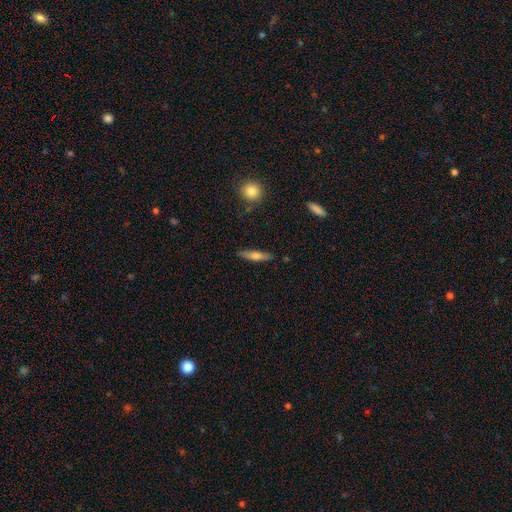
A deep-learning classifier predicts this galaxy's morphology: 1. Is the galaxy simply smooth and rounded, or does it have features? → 56% smooth, 38% featured or disk, 6% star or artifact.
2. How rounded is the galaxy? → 81% cigar-shaped, 16% in between, 2% round.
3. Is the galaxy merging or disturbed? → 86% none, 10% minor disturbance, 2% major disturbance, 2% merger.